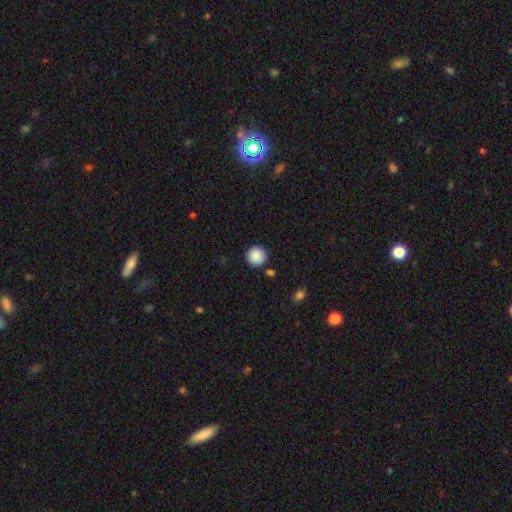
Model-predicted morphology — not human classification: smooth 88%, star or artifact 8%, featured or disk 3%. Down the decision tree: how rounded — round (96%); merging — none (90%).